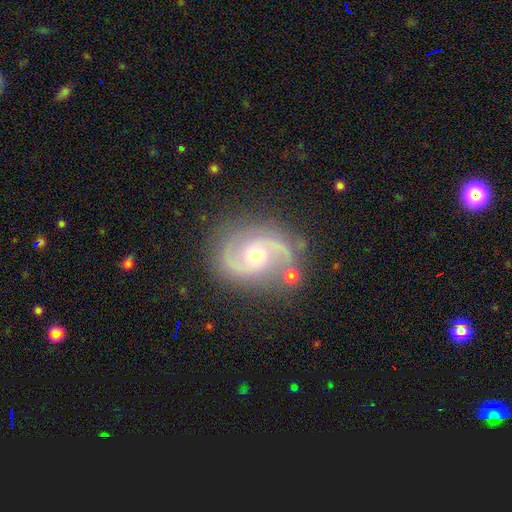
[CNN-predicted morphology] featured or disk 89%, star or artifact 6%, smooth 5%. Down the decision tree: edge-on disk — no (98%); bar — no (62%); spiral arms — yes (98%); spiral arm count — 2 (93%); spiral winding — medium (57%); bulge size — moderate (56%); merging — none (81%).